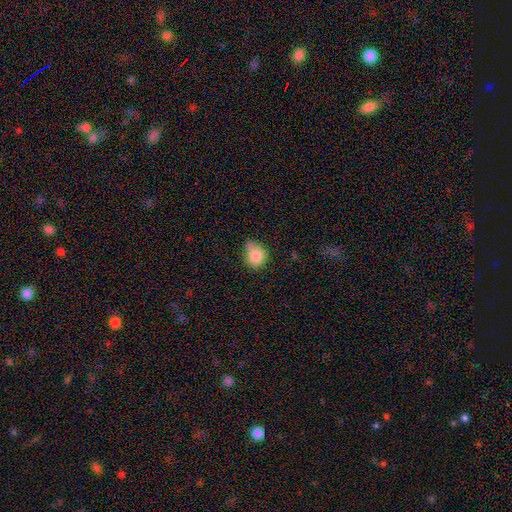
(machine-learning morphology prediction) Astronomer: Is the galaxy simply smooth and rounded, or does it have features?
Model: smooth — 84%.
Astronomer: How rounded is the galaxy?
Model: round — 75%.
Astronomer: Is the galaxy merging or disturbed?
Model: none — 54% (runner-up: minor disturbance, 32%).